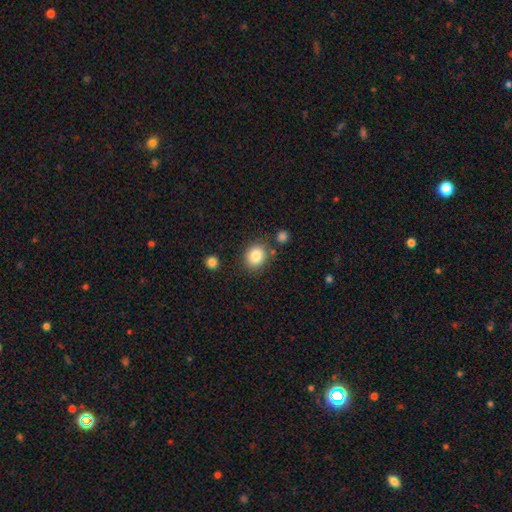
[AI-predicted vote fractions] Morphology: type=smooth (85%); roundness=round (69%); merging=none (77%).